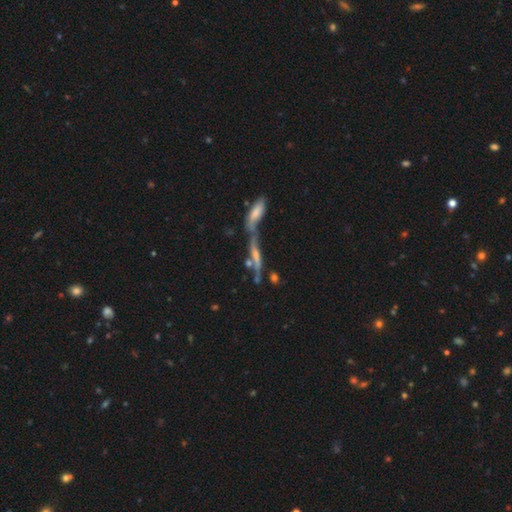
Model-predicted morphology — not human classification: A featured or disk galaxy (46%). Merging: merger (57%).